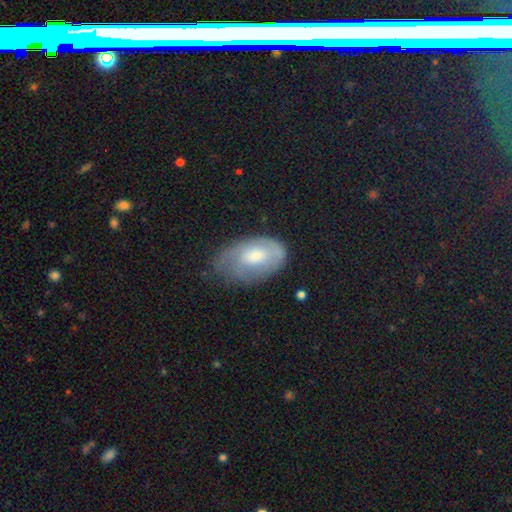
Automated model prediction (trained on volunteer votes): Q: Smooth or featured?
A: smooth (48%); runner-up: featured or disk (45%)
Q: Merging?
A: none (48%); runner-up: minor disturbance (34%)